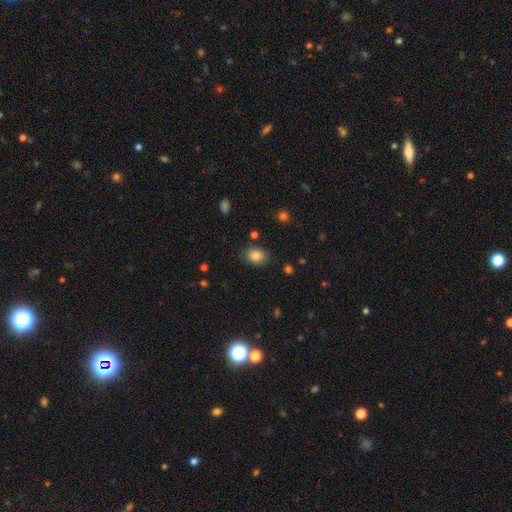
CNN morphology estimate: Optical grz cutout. It shows a smooth galaxy with no disk features (82%) that is in between round and cigar-shaped (67%). Merging: none (82%).